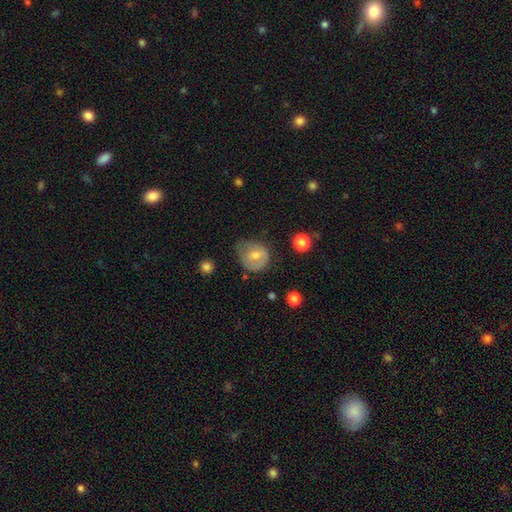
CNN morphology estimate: This appears to be a smooth galaxy with no disk features (60%) that is round (70%). Merging: none (45%).